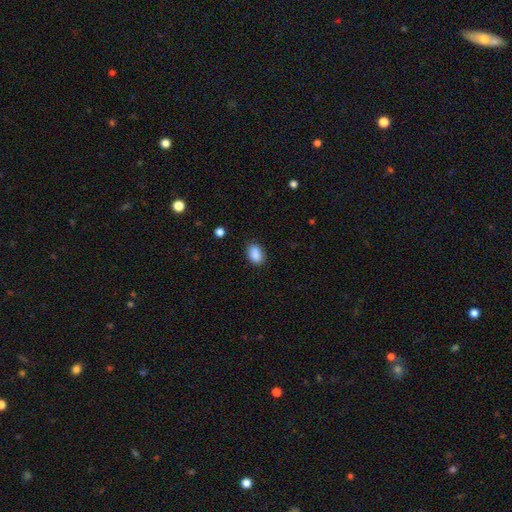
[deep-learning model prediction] This is clearly a smooth galaxy (89%). How rounded: clearly in between (86%). Merging: clearly none (83%).